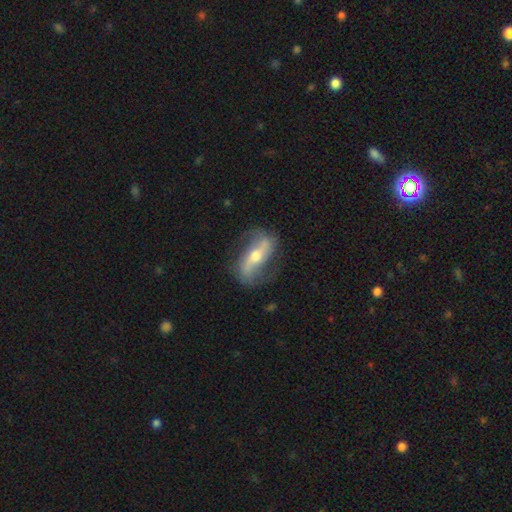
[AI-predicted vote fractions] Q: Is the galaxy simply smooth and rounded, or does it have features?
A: featured or disk — 80%.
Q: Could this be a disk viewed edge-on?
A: no — 85%.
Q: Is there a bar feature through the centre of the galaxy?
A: strong — 49%.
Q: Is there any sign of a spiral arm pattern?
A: yes — 88%.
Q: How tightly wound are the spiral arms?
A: loose — 67%.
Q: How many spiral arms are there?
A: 2 — 90%.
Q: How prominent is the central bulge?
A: moderate — 62%.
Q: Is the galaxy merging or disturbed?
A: none — 74%.